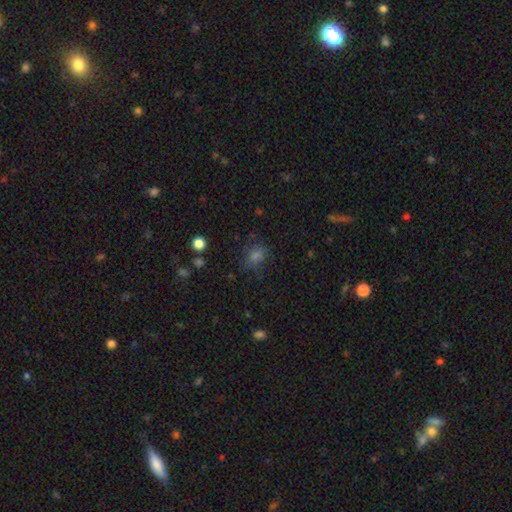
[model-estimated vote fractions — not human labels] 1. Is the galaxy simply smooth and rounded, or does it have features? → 67% smooth, 25% star or artifact, 9% featured or disk.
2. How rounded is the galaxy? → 53% in between, 45% round, 2% cigar-shaped.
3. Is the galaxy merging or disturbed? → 73% none, 17% minor disturbance, 7% major disturbance, 3% merger.